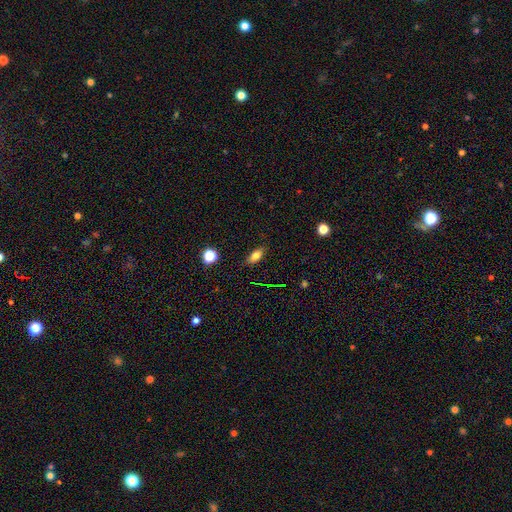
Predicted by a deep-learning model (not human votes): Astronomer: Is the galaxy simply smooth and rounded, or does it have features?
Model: smooth — 73%.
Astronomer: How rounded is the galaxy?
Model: in between — 78%.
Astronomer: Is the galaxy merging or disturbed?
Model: none — 85%.